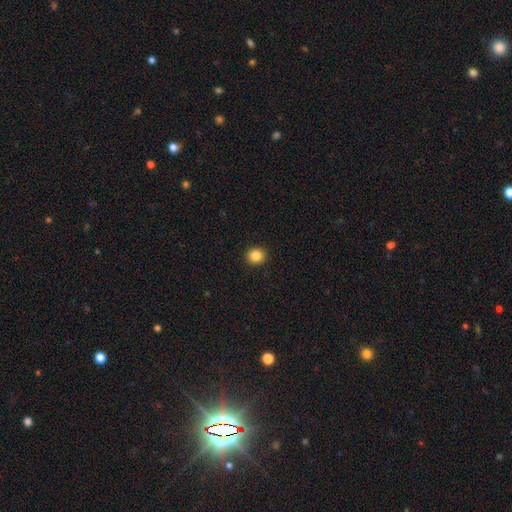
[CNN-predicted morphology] The model was most divided on "how rounded": round: 85%, in between: 15%, cigar-shaped: 1%. More confident: merging — none (93%); smooth or featured — smooth (86%).